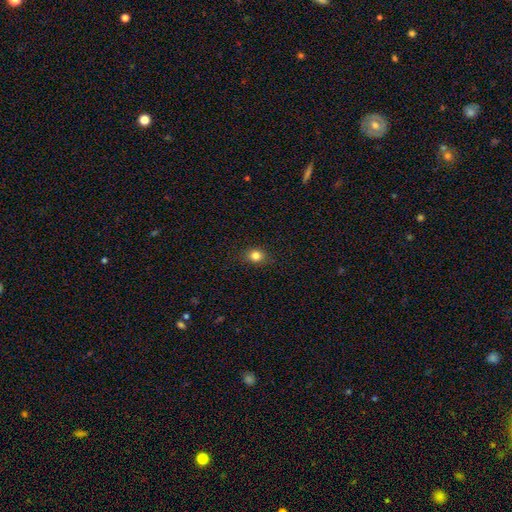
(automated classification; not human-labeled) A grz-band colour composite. It shows a smooth galaxy with no disk features (82%) that is round (70%). Merging: none (87%).